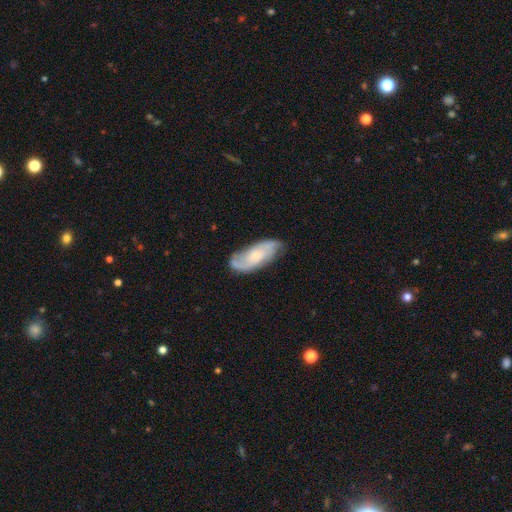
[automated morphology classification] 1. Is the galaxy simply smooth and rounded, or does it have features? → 67% featured or disk, 27% smooth, 6% star or artifact.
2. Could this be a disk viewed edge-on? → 92% no, 8% yes.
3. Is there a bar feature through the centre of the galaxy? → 66% no, 28% weak, 6% strong.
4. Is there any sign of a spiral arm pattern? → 92% yes, 8% no.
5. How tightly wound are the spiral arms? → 43% medium, 29% loose, 28% tight.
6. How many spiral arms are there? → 73% 2, 14% can't tell, 6% 1, 4% 3, 1% 4, 1% more than 4.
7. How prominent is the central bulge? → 59% small, 30% moderate, 7% none, 3% large, 1% dominant.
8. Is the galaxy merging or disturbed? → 70% none, 22% minor disturbance, 7% major disturbance, 2% merger.